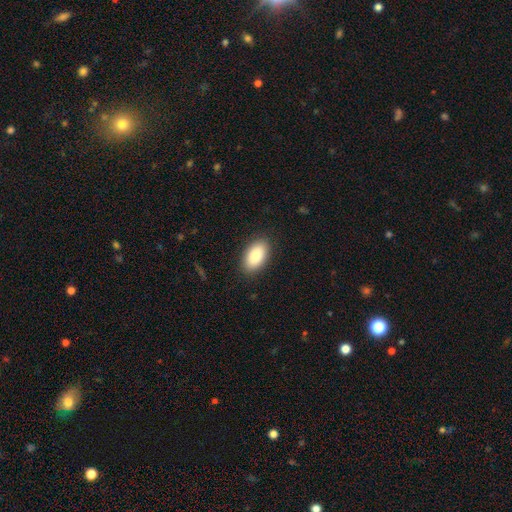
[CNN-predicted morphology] The model was most divided on "merging": none: 88%, minor disturbance: 9%, major disturbance: 2%, merger: 1%. More confident: how rounded — in between (94%); smooth or featured — smooth (87%).